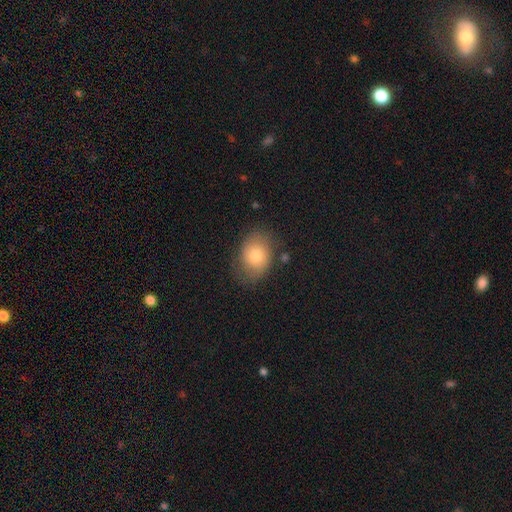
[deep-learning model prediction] Morphology: type=smooth (72%); roundness=in between (63%); merging=none (75%).